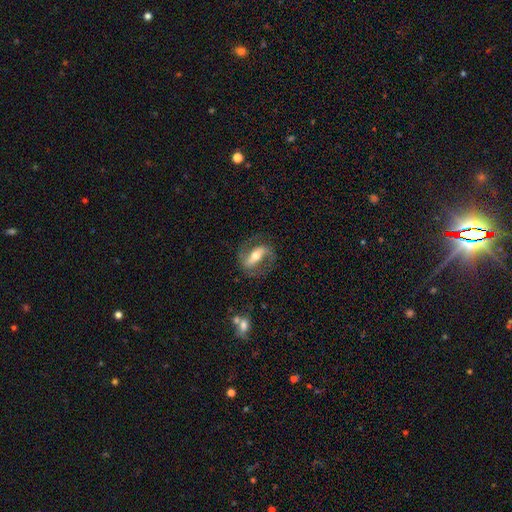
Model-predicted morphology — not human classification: Smooth or featured?
  - featured or disk: 76% *
  - smooth: 18%
  - star or artifact: 6%
Edge-on disk?
  - no: 89% *
  - yes: 11%
Bar?
  - strong: 60% *
  - weak: 23%
  - no: 17%
Spiral arms?
  - yes: 84% *
  - no: 16%
Spiral winding?
  - medium: 49% *
  - loose: 28%
  - tight: 23%
Spiral arm count?
  - 2: 87% *
  - can't tell: 6%
  - 1: 4%
  - 3: 1%
  - 4: 1%
  - more than 4: 1%
Bulge size?
  - moderate: 66% *
  - small: 23%
  - large: 9%
  - dominant: 1%
  - none: 1%
Merging?
  - none: 73% *
  - minor disturbance: 15%
  - major disturbance: 10%
  - merger: 2%